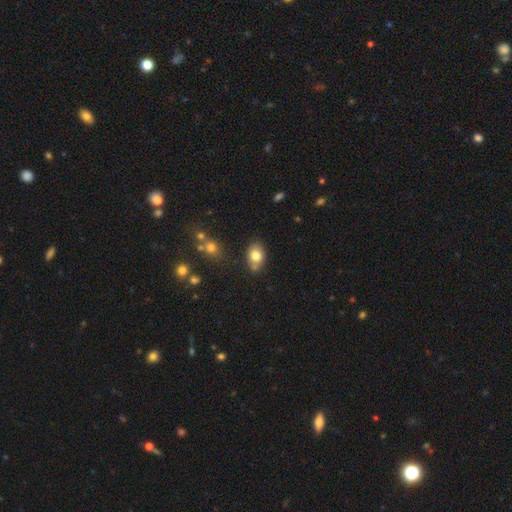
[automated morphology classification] Smooth or featured? Predicted: smooth (p=0.80). How rounded? Predicted: in between (p=0.77). Merging? Predicted: none (p=0.68).